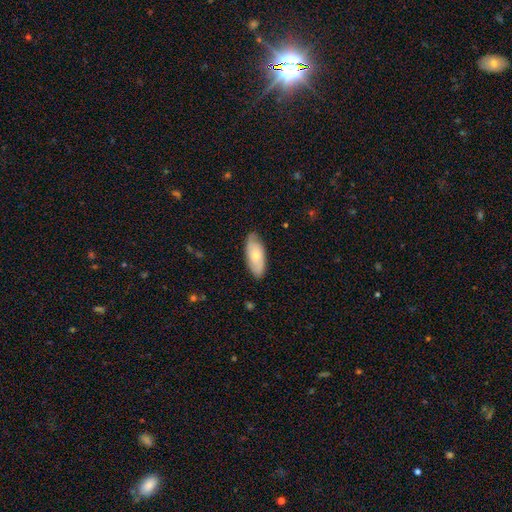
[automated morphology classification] smooth-or-featured: smooth: 54% | featured or disk: 40% | star or artifact: 6%
  how-rounded: in between: 85% | cigar-shaped: 13% | round: 2%
  merging: none: 80% | minor disturbance: 17% | major disturbance: 3% | merger: 1%